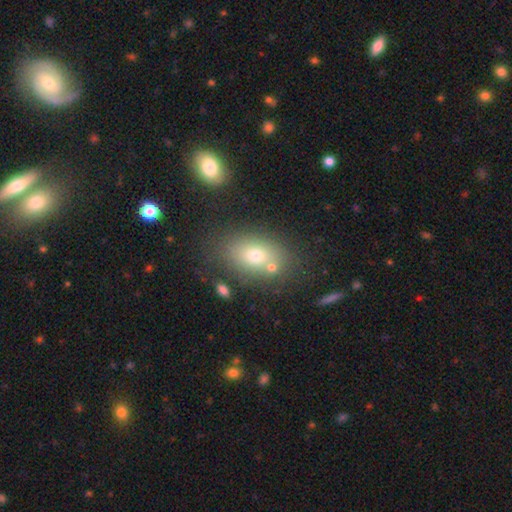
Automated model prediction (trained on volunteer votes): smooth_or_featured: smooth (p=0.68) [alt: featured or disk p=0.17]
how_rounded: in between (p=0.77) [alt: round p=0.21]
merging: none (p=0.71) [alt: merger p=0.13]